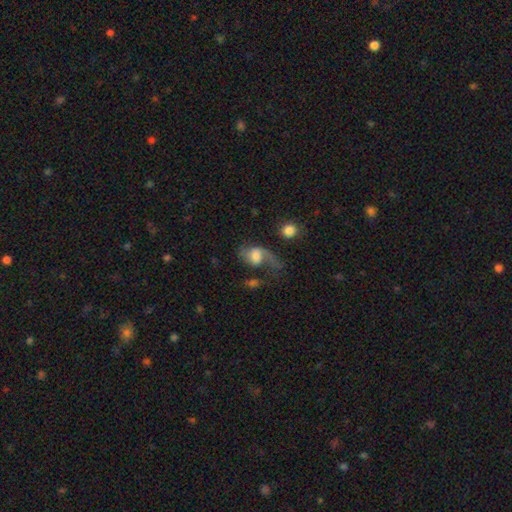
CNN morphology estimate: Smooth or featured: featured or disk — 57% (smooth — 34%)
Edge-on disk: no — 97% (yes — 3%)
Bar: no — 49% (weak — 40%)
Spiral arms: yes — 85% (no — 15%)
Bulge size: moderate — 40% (large — 30%)
Merging: major disturbance — 44% (none — 29%)